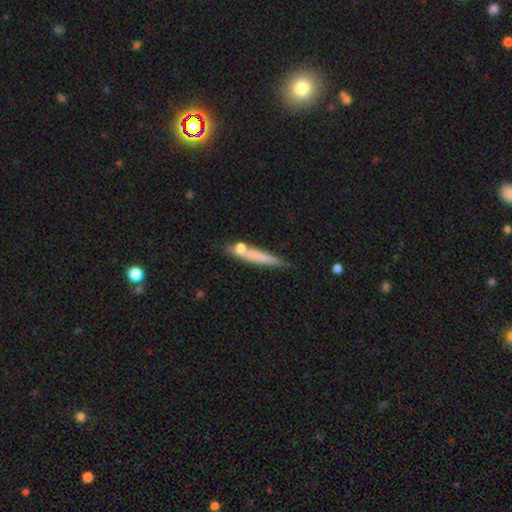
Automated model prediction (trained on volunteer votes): Smooth or featured?
  - smooth: 62% *
  - featured or disk: 31%
  - star or artifact: 7%
How rounded?
  - cigar-shaped: 91% *
  - in between: 7%
  - round: 2%
Merging?
  - none: 66% *
  - minor disturbance: 17%
  - merger: 12%
  - major disturbance: 5%